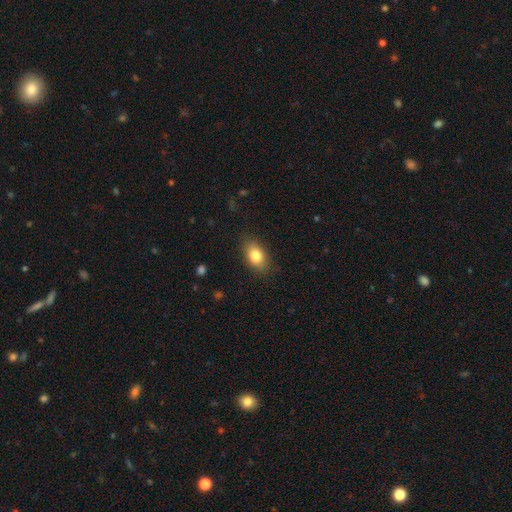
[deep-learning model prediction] This is clearly a smooth galaxy (83%). How rounded: clearly in between (87%). Merging: clearly none (85%).